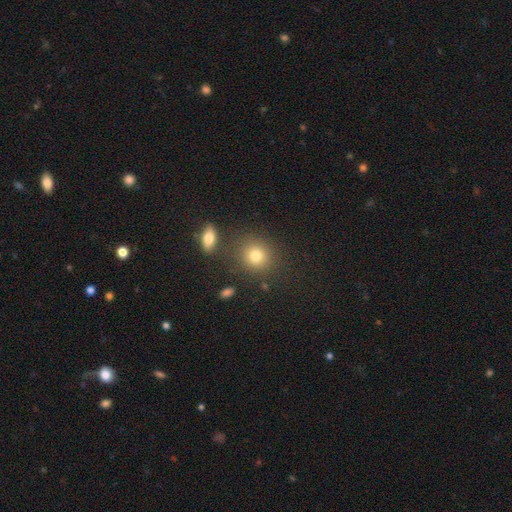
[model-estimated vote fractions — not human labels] Smooth or featured? Predicted: smooth (p=0.79). How rounded? Predicted: round (p=0.81). Merging? Predicted: none (p=0.80).